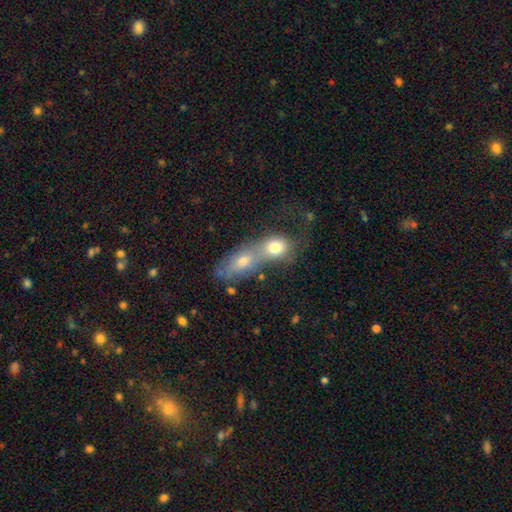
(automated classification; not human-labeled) The model was most divided on "how rounded": in between: 49%, round: 39%, cigar-shaped: 12%. More confident: merging — merger (71%); smooth or featured — smooth (54%).